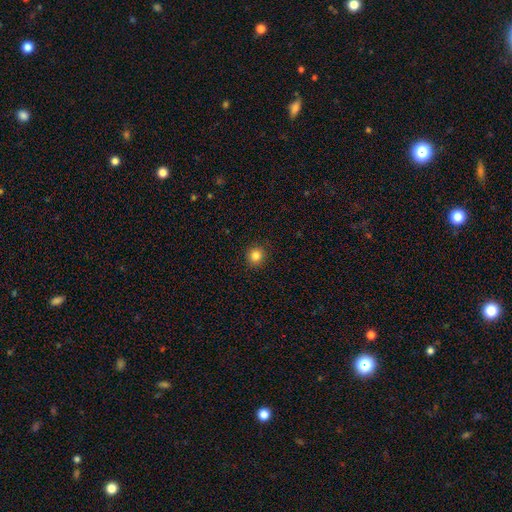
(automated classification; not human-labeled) The model was most divided on "smooth or featured": smooth: 85%, star or artifact: 11%, featured or disk: 4%. More confident: merging — none (91%); how rounded — round (91%).